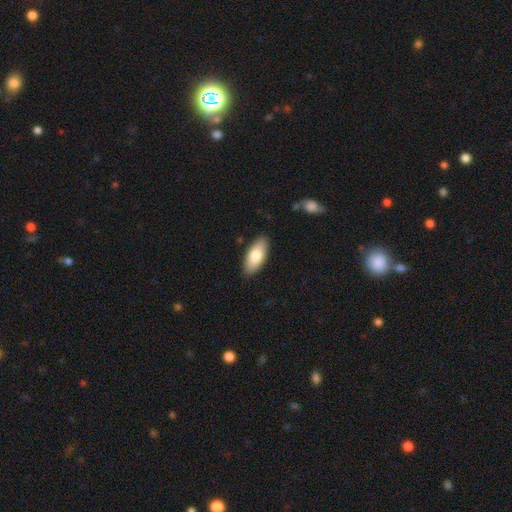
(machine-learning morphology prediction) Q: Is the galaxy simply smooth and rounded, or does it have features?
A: smooth — 76%.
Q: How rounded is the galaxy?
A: in between — 87%.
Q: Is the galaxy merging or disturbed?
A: none — 87%.